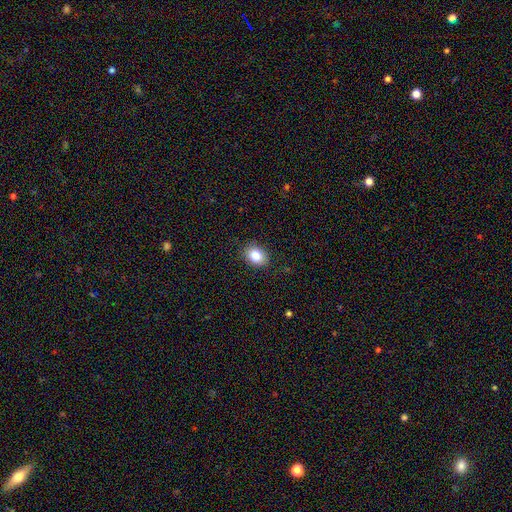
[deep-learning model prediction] smooth-or-featured: smooth: 84% | star or artifact: 9% | featured or disk: 7%
  how-rounded: in between: 63% | round: 36% | cigar-shaped: 1%
  merging: none: 88% | minor disturbance: 9% | major disturbance: 2% | merger: 1%